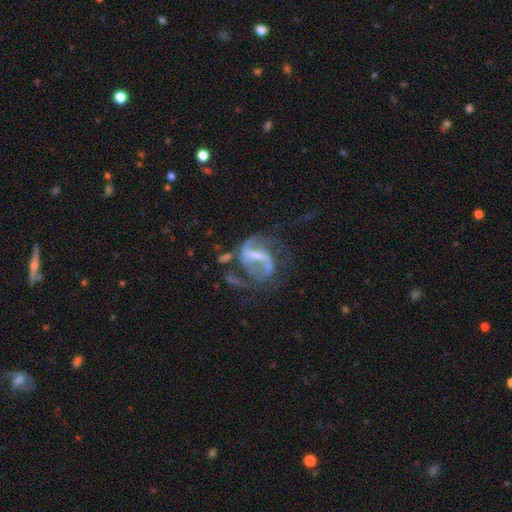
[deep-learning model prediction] Smooth or featured: featured or disk — 83% (smooth — 8%)
Edge-on disk: no — 97% (yes — 3%)
Bar: strong — 50% (weak — 38%)
Spiral arms: yes — 86% (no — 14%)
Spiral winding: loose — 45% (medium — 42%)
Spiral arm count: 2 — 77% (can't tell — 10%)
Bulge size: small — 44% (none — 27%)
Merging: none — 38% (major disturbance — 33%)